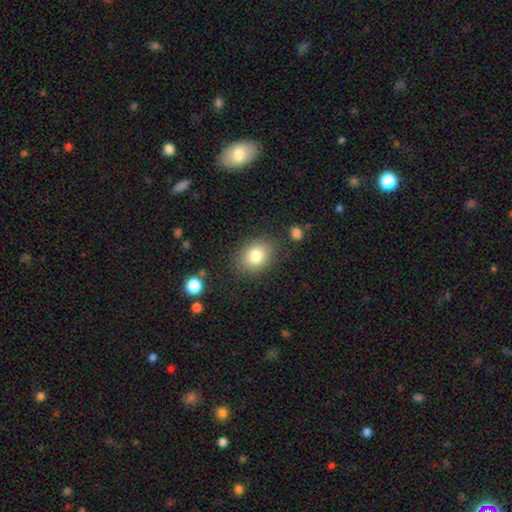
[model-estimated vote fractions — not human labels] A smooth galaxy with no disk features (81%) that is in between round and cigar-shaped (56%). Merging: none (83%).